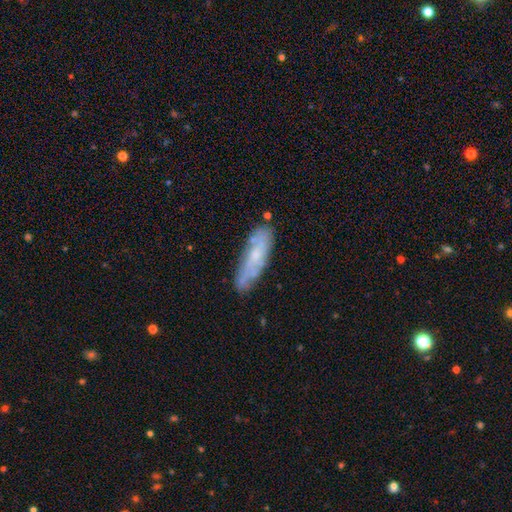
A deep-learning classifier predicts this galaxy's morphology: Smooth or featured: featured or disk — 49% (smooth — 43%)
Merging: none — 73% (minor disturbance — 20%)